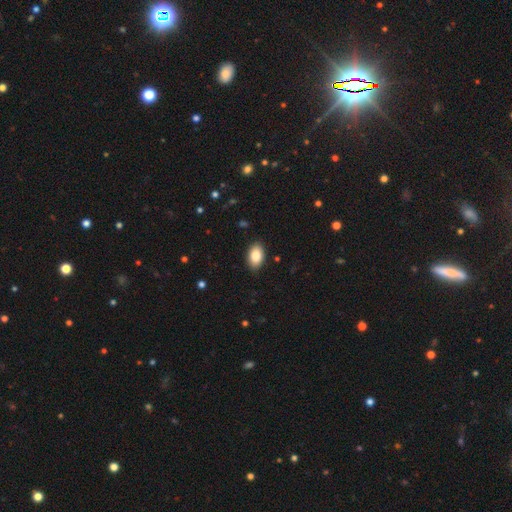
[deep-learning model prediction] This appears to be a smooth galaxy with no disk features (86%) that is in between round and cigar-shaped (92%). Merging: none (89%).